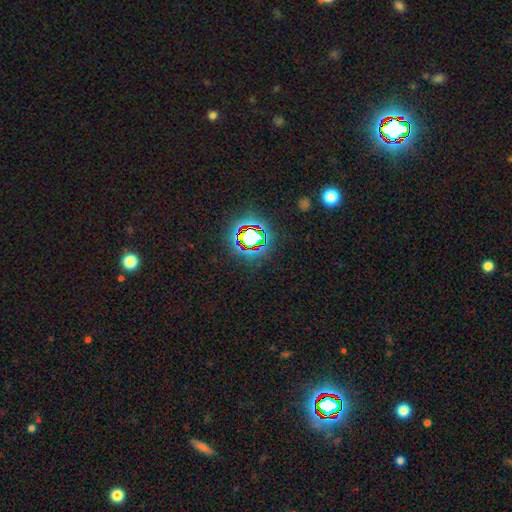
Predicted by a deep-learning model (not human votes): A star or artifact, not a galaxy (82%).

Vote fractions:
- Smooth or featured? star or artifact: 82% / smooth: 11% / featured or disk: 7%